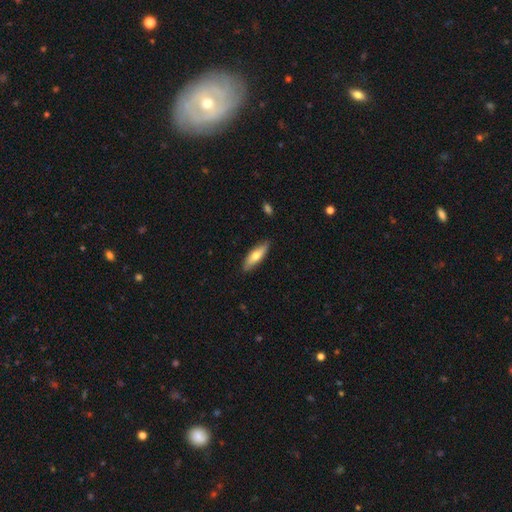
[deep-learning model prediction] Smooth or featured? smooth (67%)
How rounded? cigar-shaped (51%)
Merging? none (87%)